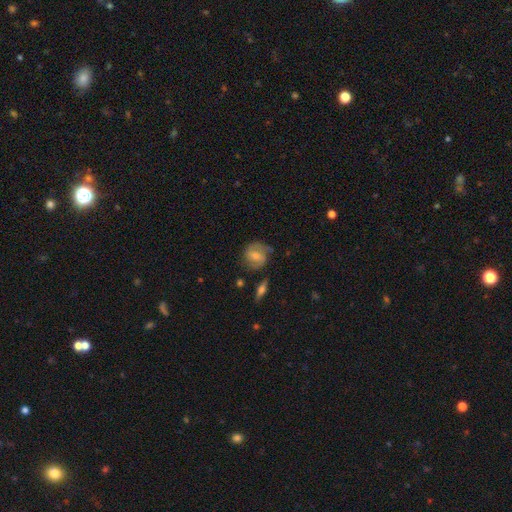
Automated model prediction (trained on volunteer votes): smooth-or-featured: featured or disk: 61% | smooth: 32% | star or artifact: 7%
  disk-edge-on: no: 95% | yes: 5%
    bar: weak: 48% | no: 34% | strong: 19%
    has-spiral-arms: yes: 87% | no: 13%
      spiral-winding: medium: 43% | tight: 38% | loose: 19%
      spiral-arm-count: 2: 71% | can't tell: 14% | 1: 9% | 3: 4% | 4: 1% | more than 4: 1%
    bulge-size: moderate: 49% | small: 40% | none: 5% | large: 5% | dominant: 1%
  merging: none: 64% | minor disturbance: 22% | major disturbance: 10% | merger: 3%